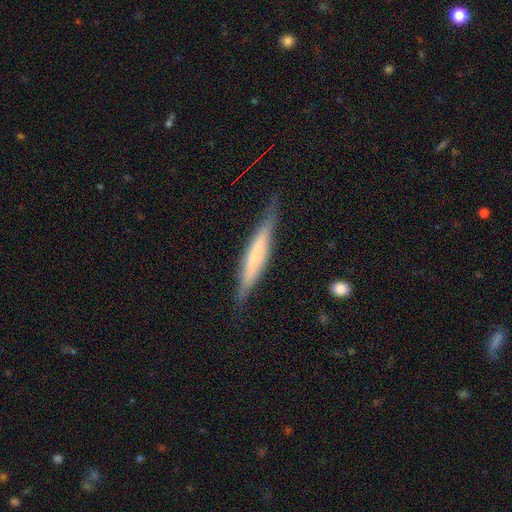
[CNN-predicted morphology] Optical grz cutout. It shows a featured or disk galaxy (48%). Merging: none (79%).